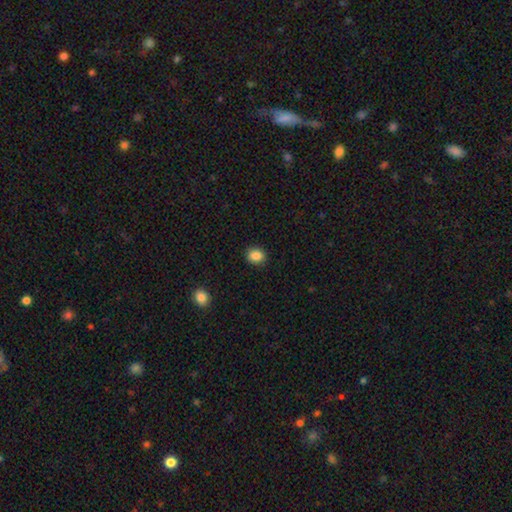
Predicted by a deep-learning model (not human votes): Smooth or featured? Predicted: smooth (p=0.87). How rounded? Predicted: round (p=0.60). Merging? Predicted: none (p=0.89).